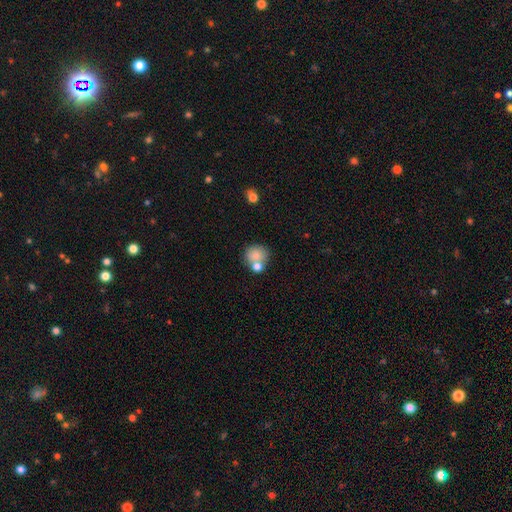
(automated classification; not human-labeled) A smooth galaxy with no disk features (80%) that is round (80%).

Vote fractions:
- Smooth or featured? smooth: 80% / featured or disk: 11% / star or artifact: 9%
- How rounded? round: 80% / in between: 19% / cigar-shaped: 1%
- Merging? none: 48% / merger: 36% / minor disturbance: 12% / major disturbance: 5%